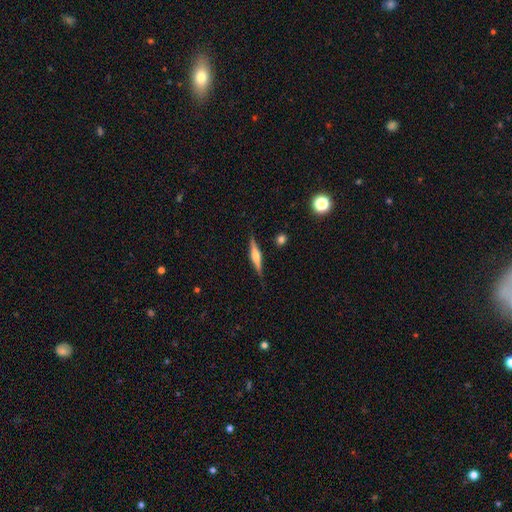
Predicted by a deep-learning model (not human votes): Smooth or featured? Predicted: featured or disk (p=0.63). Edge-on disk? Predicted: yes (p=0.97). Edge-on bulge? Predicted: rounded (p=0.79). Merging? Predicted: none (p=0.85).